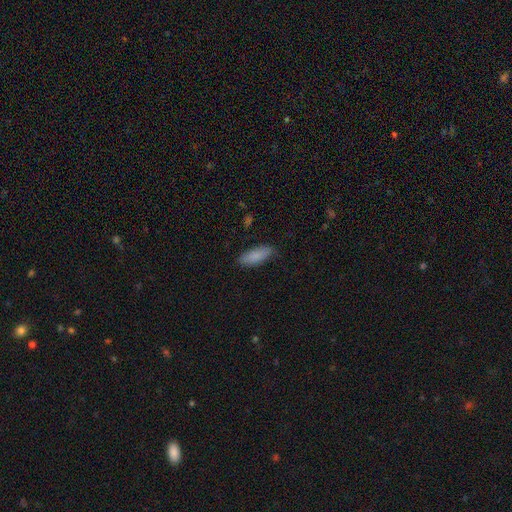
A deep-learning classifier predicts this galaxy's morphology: smooth_or_featured: smooth (p=0.86) [alt: featured or disk p=0.08]
how_rounded: in between (p=0.73) [alt: cigar-shaped p=0.26]
merging: none (p=0.82) [alt: minor disturbance p=0.15]